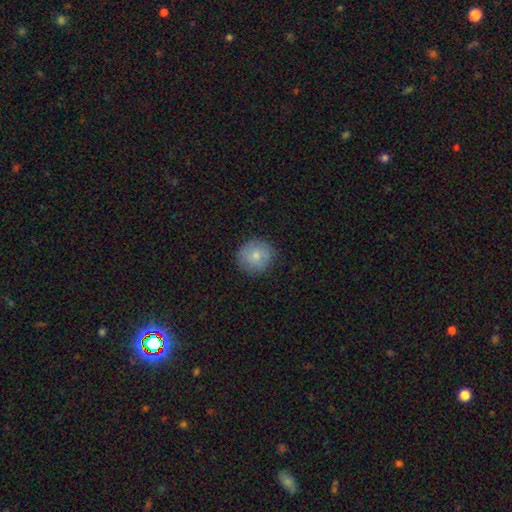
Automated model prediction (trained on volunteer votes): This is likely a smooth galaxy (77%). How rounded: clearly round (92%). Merging: clearly none (85%).